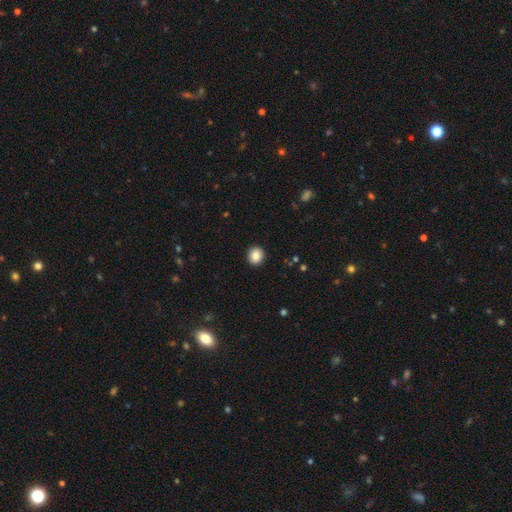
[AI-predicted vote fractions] Smooth or featured?
  - smooth: 87% *
  - star or artifact: 9%
  - featured or disk: 4%
How rounded?
  - round: 80% *
  - in between: 19%
  - cigar-shaped: 1%
Merging?
  - none: 92% *
  - minor disturbance: 5%
  - major disturbance: 2%
  - merger: 1%